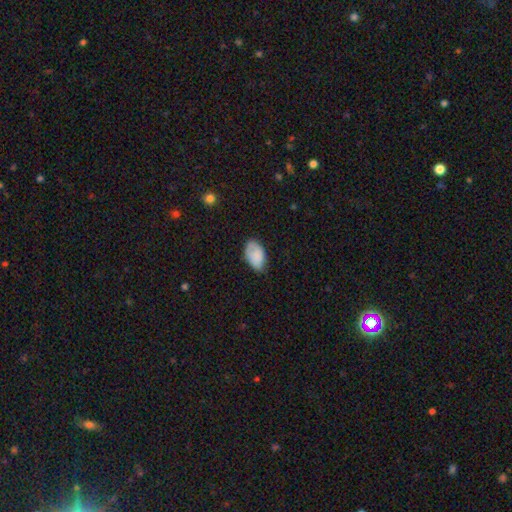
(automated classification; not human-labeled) The model was most divided on "merging": none: 65%, minor disturbance: 28%, major disturbance: 5%, merger: 1%. More confident: how rounded — in between (93%); smooth or featured — smooth (85%).